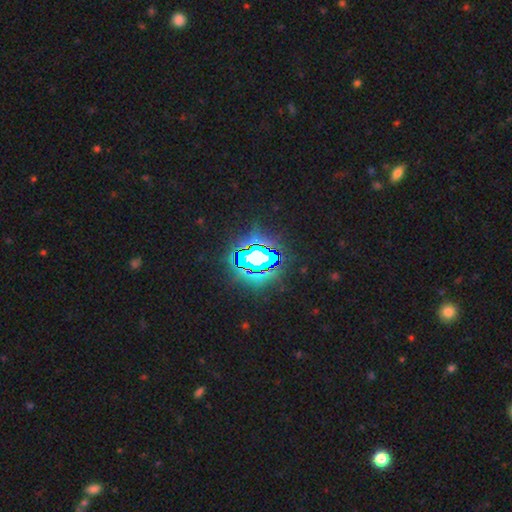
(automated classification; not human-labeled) A star or artifact, not a galaxy (77%).